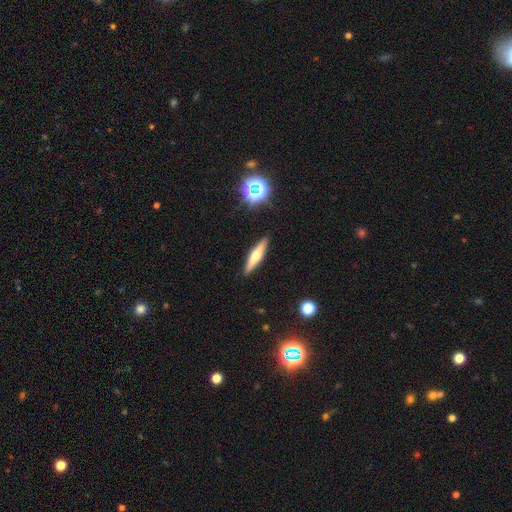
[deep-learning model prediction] Smooth or featured? smooth (49%)
Merging? none (90%)